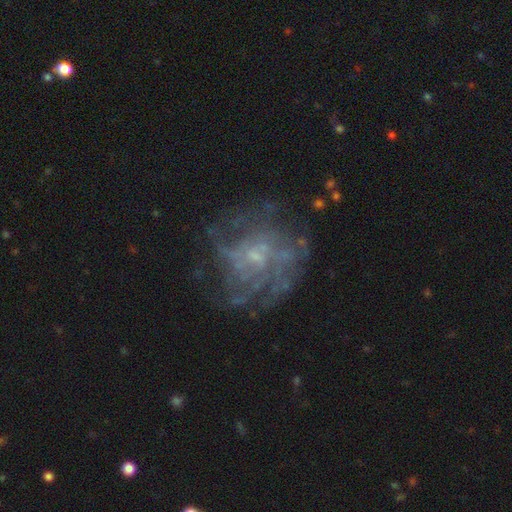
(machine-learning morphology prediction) The model was most divided on "spiral winding": tight: 41%, medium: 37%, loose: 22%. Remaining: edge-on disk — no (98%); smooth or featured — featured or disk (75%); spiral arms — yes (73%); bar — no (72%); bulge size — small (67%); merging — none (61%); spiral arm count — can't tell (49%).